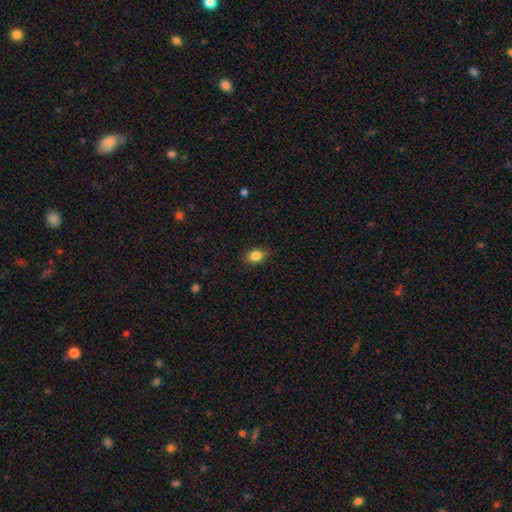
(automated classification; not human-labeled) A smooth galaxy with no disk features (85%) that is in between round and cigar-shaped (75%). Merging: none (86%).